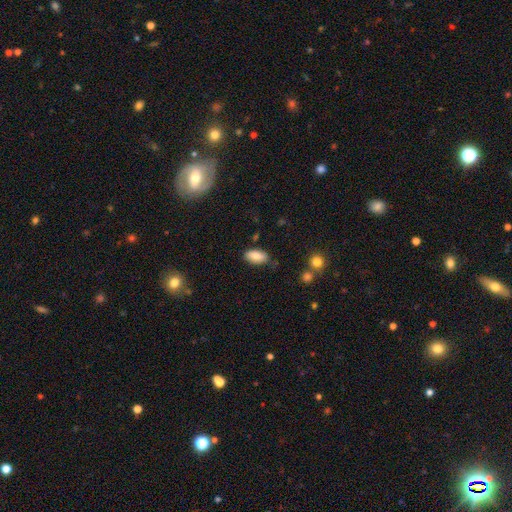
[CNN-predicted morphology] Q: Smooth or featured?
A: smooth (81%); runner-up: featured or disk (12%)
Q: How rounded?
A: in between (93%); runner-up: cigar-shaped (4%)
Q: Merging?
A: none (77%); runner-up: minor disturbance (17%)